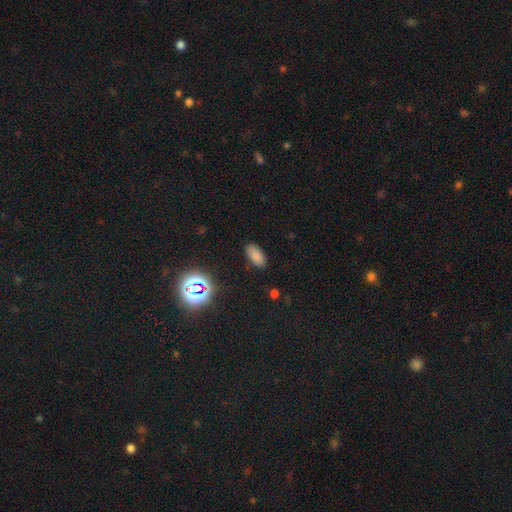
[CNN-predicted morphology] smooth_or_featured: smooth (p=0.80) [alt: star or artifact p=0.15]
how_rounded: in between (p=0.91) [alt: cigar-shaped p=0.06]
merging: none (p=0.87) [alt: minor disturbance p=0.09]